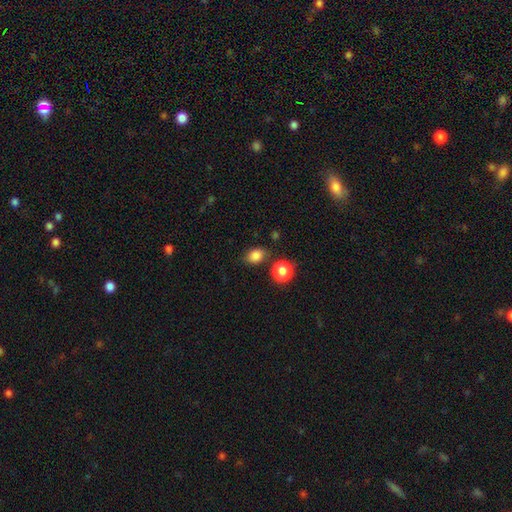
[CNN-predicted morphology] Smooth or featured: smooth — 83% (star or artifact — 12%)
How rounded: in between — 60% (round — 39%)
Merging: none — 78% (minor disturbance — 12%)